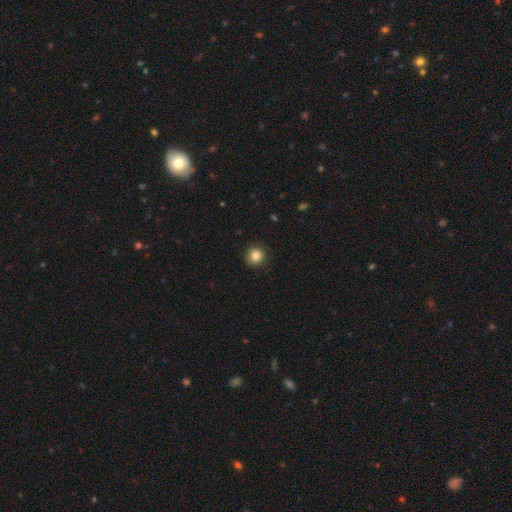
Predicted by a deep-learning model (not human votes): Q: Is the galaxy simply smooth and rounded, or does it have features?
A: smooth — 84%.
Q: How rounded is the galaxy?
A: round — 90%.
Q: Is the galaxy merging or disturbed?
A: none — 89%.